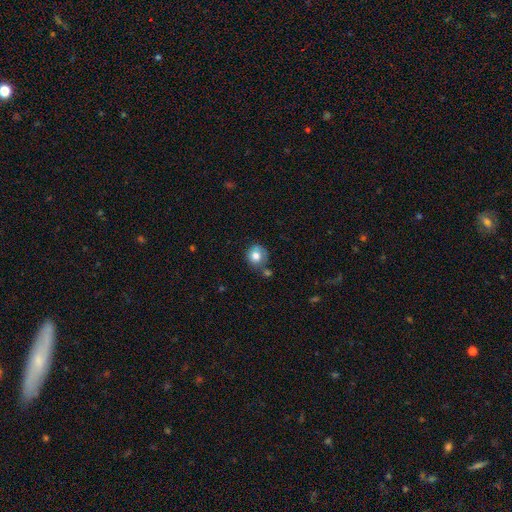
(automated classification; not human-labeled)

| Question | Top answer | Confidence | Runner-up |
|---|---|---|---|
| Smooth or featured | smooth | 78% | featured or disk (12%) |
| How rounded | round | 86% | in between (13%) |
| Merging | none | 63% | minor disturbance (19%) |